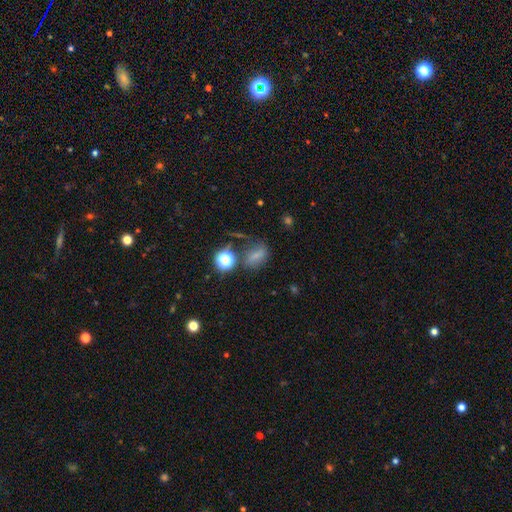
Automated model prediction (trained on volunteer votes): Smooth or featured? smooth (64%)
How rounded? in between (64%)
Merging? none (60%)